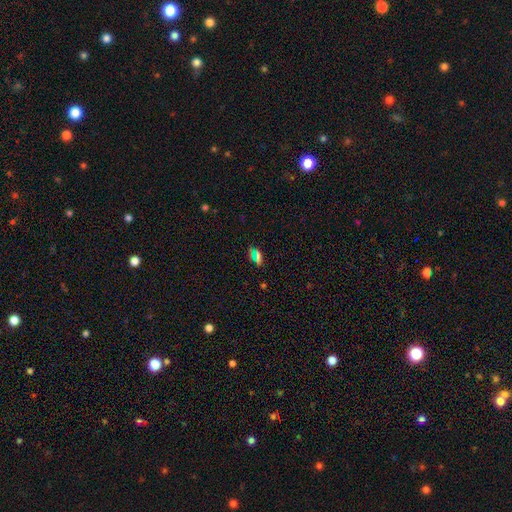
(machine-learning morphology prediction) This is possibly a smooth galaxy (50%). How rounded: likely in between (63%). Merging: likely none (72%).